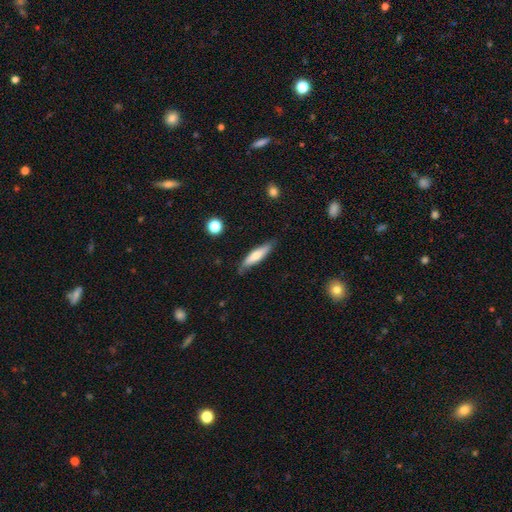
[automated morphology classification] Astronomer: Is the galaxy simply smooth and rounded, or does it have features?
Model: smooth — 61%.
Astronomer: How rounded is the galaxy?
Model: cigar-shaped — 78%.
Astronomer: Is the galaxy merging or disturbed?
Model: none — 79%.